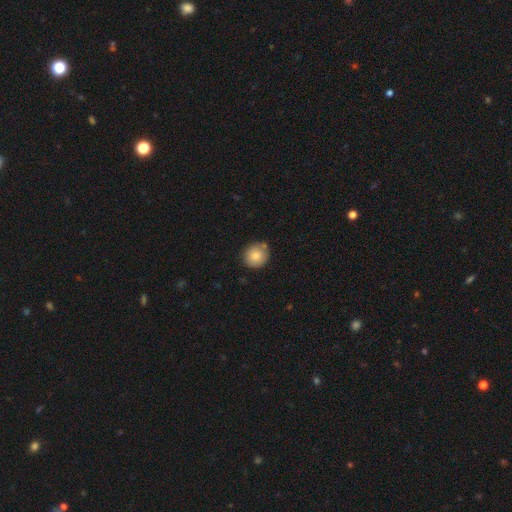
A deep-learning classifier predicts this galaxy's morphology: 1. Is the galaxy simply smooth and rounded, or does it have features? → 83% smooth, 9% featured or disk, 8% star or artifact.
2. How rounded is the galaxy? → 87% round, 12% in between, 1% cigar-shaped.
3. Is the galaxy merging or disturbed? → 78% none, 13% minor disturbance, 6% merger, 3% major disturbance.